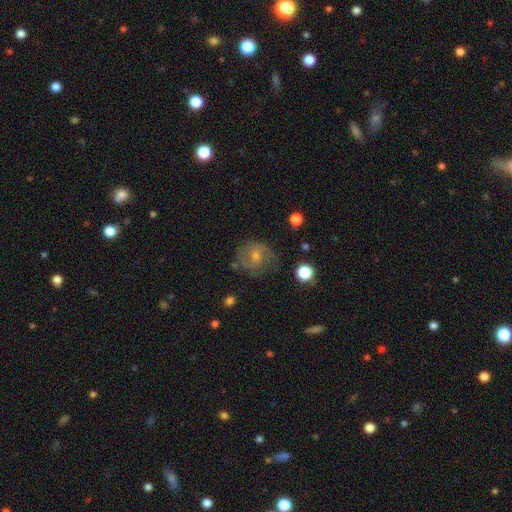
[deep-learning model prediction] Smooth or featured? Predicted: featured or disk (p=0.55). Edge-on disk? Predicted: no (p=0.97). Bar? Predicted: no (p=0.62). Spiral arms? Predicted: yes (p=0.79). Bulge size? Predicted: small (p=0.53). Merging? Predicted: none (p=0.71).